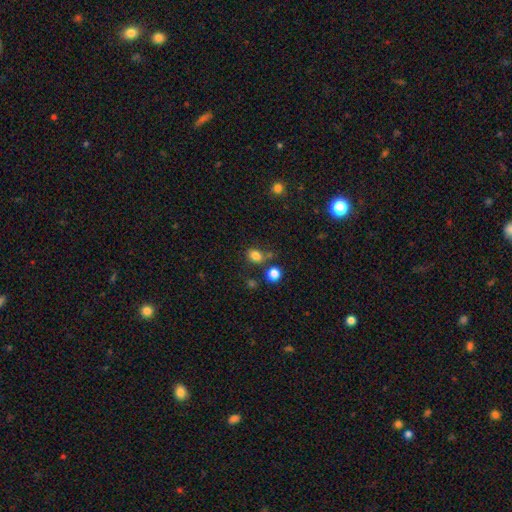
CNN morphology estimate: type=smooth (81%); roundness=round (51%); merging=none (72%).